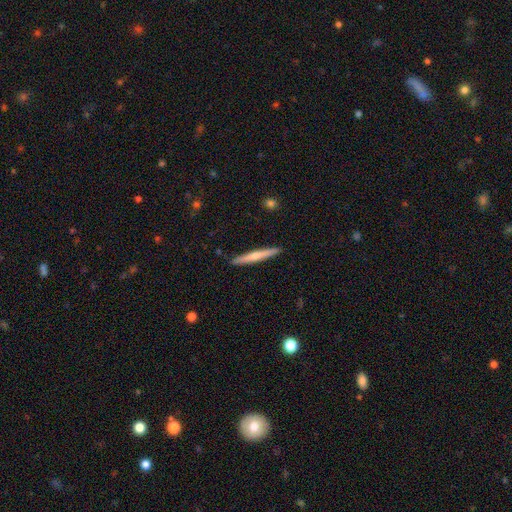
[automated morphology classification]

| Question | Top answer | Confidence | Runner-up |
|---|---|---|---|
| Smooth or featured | smooth | 51% | featured or disk (43%) |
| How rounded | cigar-shaped | 96% | in between (3%) |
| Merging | none | 91% | minor disturbance (6%) |